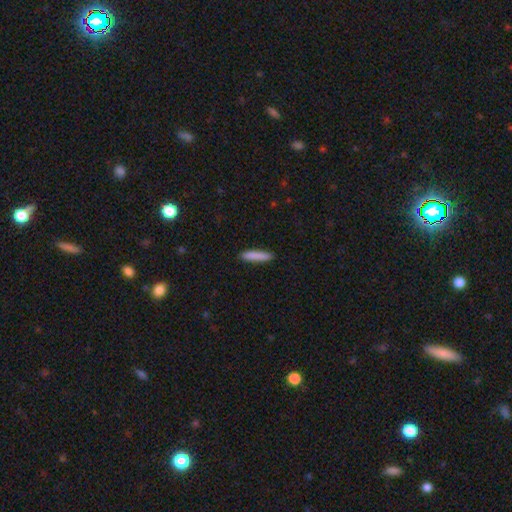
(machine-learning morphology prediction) smooth-or-featured: smooth: 85% | featured or disk: 9% | star or artifact: 6%
  how-rounded: cigar-shaped: 90% | in between: 9% | round: 1%
  merging: none: 90% | minor disturbance: 7% | major disturbance: 2% | merger: 1%